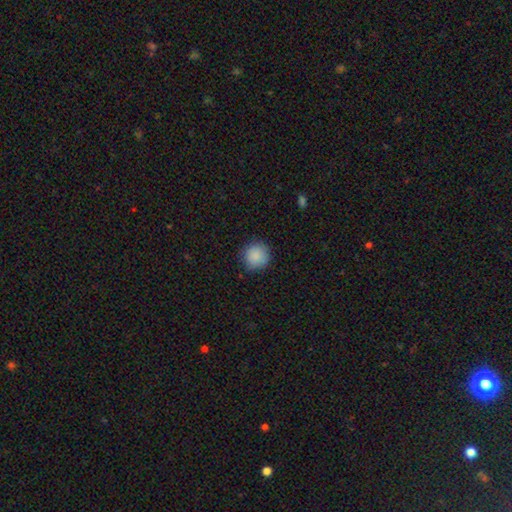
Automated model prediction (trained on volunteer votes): A smooth galaxy with no disk features (88%) that is round (92%).

Vote fractions:
- Smooth or featured? smooth: 88% / star or artifact: 8% / featured or disk: 3%
- How rounded? round: 92% / in between: 7% / cigar-shaped: 1%
- Merging? none: 86% / minor disturbance: 10% / major disturbance: 3% / merger: 1%